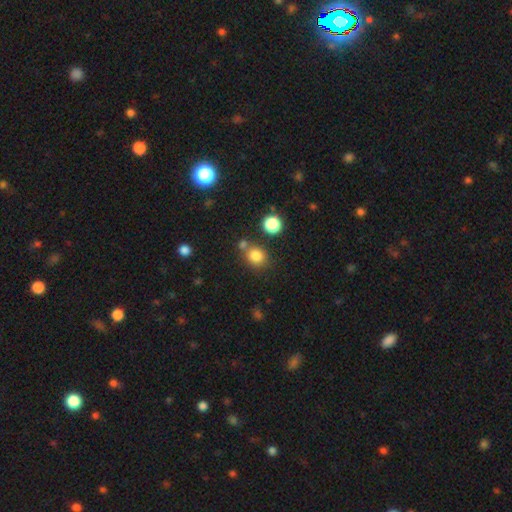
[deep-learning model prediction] The model was most divided on "merging": none: 67%, merger: 18%, minor disturbance: 11%, major disturbance: 4%. More confident: smooth or featured — smooth (81%); how rounded — round (75%).